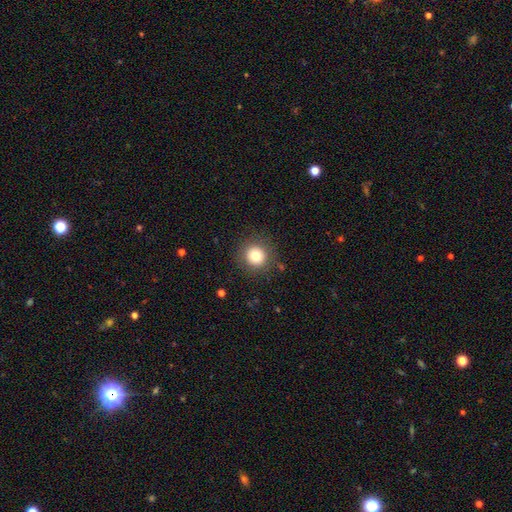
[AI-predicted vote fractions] Morphology: type=smooth (79%); roundness=round (93%); merging=none (88%).